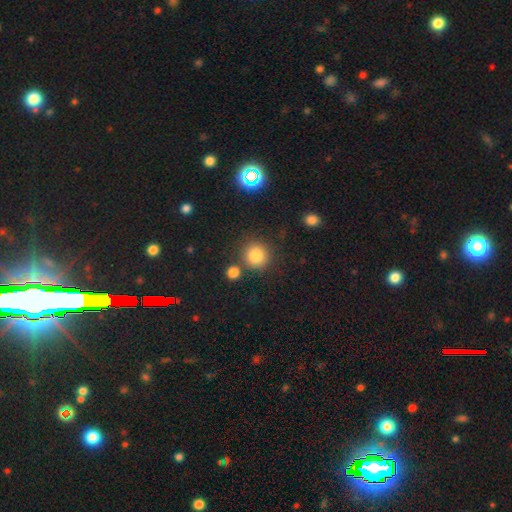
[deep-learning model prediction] Smooth or featured: smooth — 81% (star or artifact — 13%)
How rounded: round — 92% (in between — 7%)
Merging: none — 79% (merger — 9%)